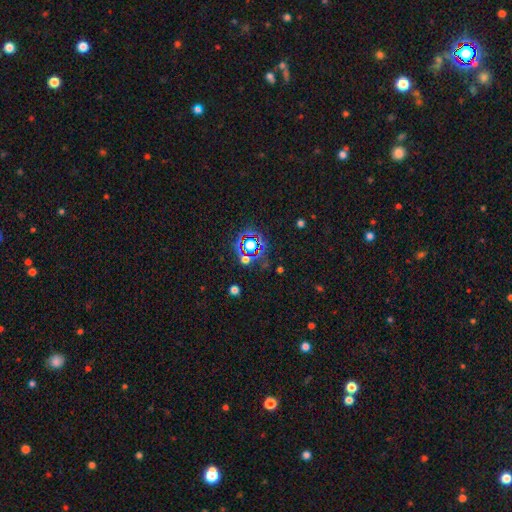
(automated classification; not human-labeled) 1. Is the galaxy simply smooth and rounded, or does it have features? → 78% star or artifact, 14% smooth, 8% featured or disk.